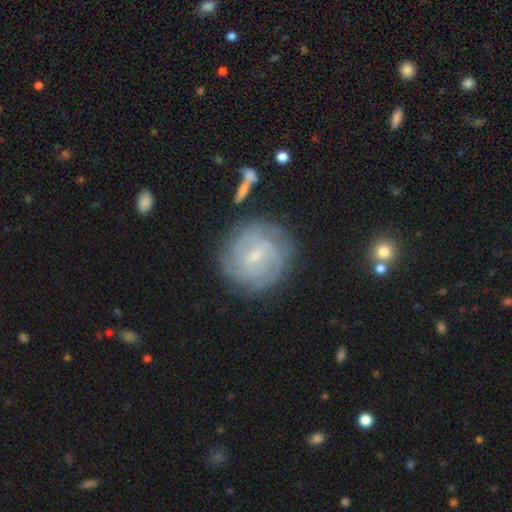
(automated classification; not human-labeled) Smooth or featured? featured or disk (76%)
Edge-on disk? no (97%)
Bar? weak (58%)
Spiral arms? yes (91%)
Spiral winding? tight (69%)
Spiral arm count? can't tell (40%)
Bulge size? small (71%)
Merging? none (77%)